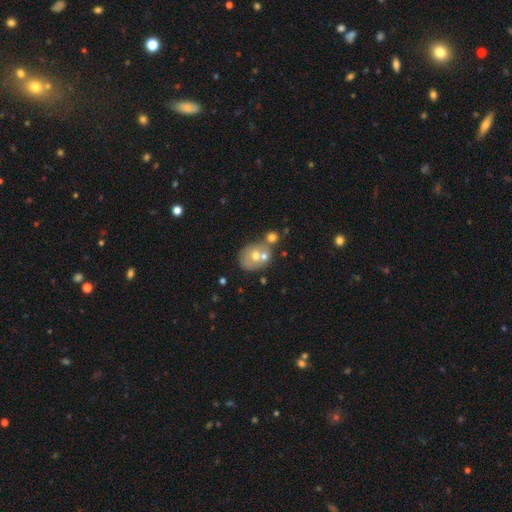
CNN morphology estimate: This appears to be a smooth galaxy with no disk features (53%) that is round (59%). Merging: merger (44%).